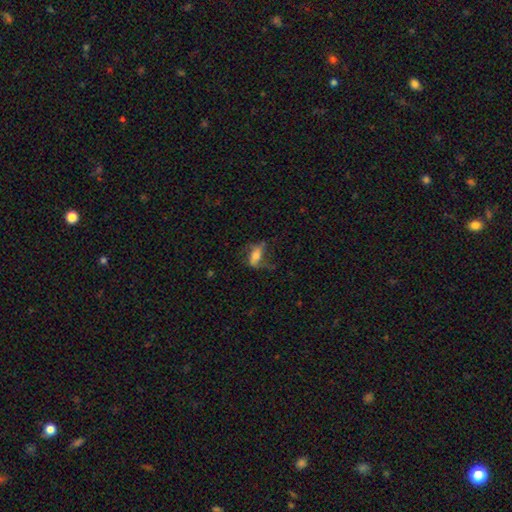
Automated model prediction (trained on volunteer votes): Smooth or featured?
  - featured or disk: 52% *
  - smooth: 39%
  - star or artifact: 10%
Edge-on disk?
  - no: 86% *
  - yes: 14%
Merging?
  - none: 49% *
  - major disturbance: 26%
  - minor disturbance: 22%
  - merger: 2%